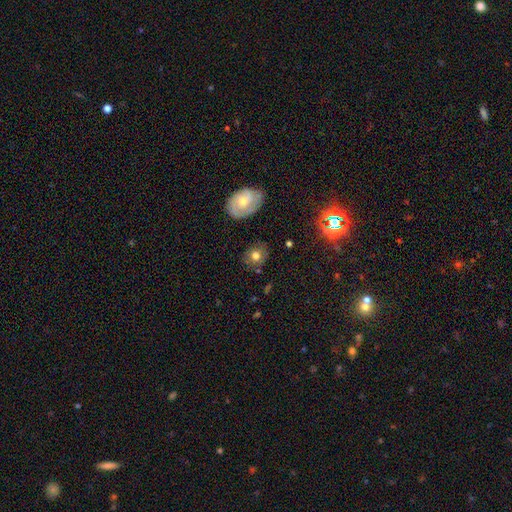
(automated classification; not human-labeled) Smooth or featured: smooth — 69% (featured or disk — 18%)
How rounded: round — 72% (in between — 27%)
Merging: none — 80% (minor disturbance — 13%)